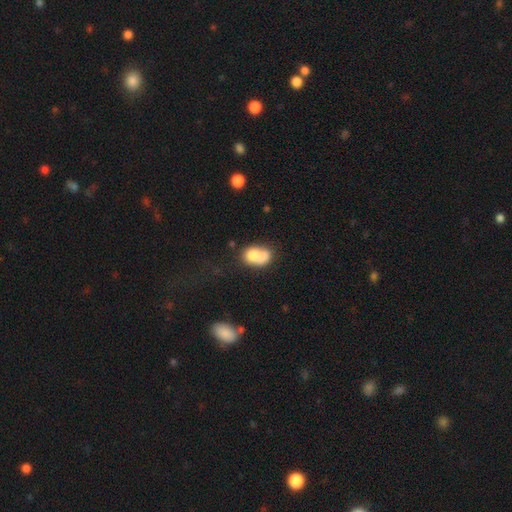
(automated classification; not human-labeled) Smooth or featured?
  - smooth: 71% *
  - featured or disk: 20%
  - star or artifact: 9%
How rounded?
  - in between: 67% *
  - round: 32%
  - cigar-shaped: 1%
Merging?
  - merger: 54% *
  - none: 25%
  - minor disturbance: 13%
  - major disturbance: 9%